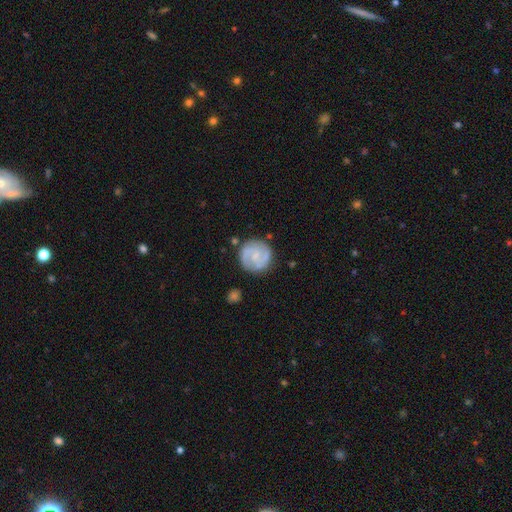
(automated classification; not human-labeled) smooth_or_featured: featured or disk (p=0.70) [alt: smooth p=0.25]
disk_edge_on: no (p=0.98) [alt: yes p=0.02]
bar: no (p=0.47) [alt: weak p=0.44]
has_spiral_arms: yes (p=0.91) [alt: no p=0.09]
spiral_winding: tight (p=0.44) [alt: medium p=0.43]
spiral_arm_count: 2 (p=0.74) [alt: can't tell p=0.12]
bulge_size: small (p=0.54) [alt: none p=0.23]
merging: none (p=0.80) [alt: minor disturbance p=0.13]